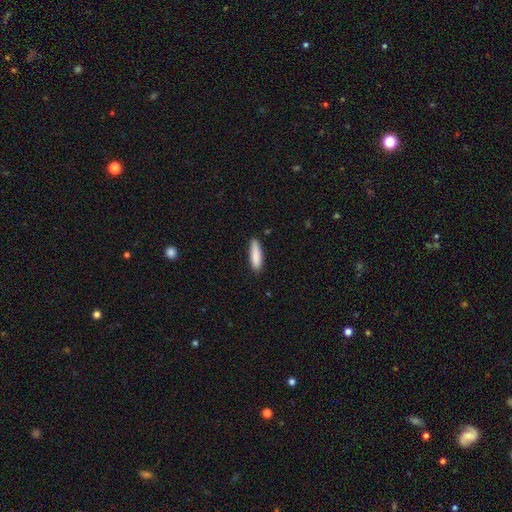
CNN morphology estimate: Smooth or featured?
  - smooth: 87% *
  - featured or disk: 7%
  - star or artifact: 6%
How rounded?
  - cigar-shaped: 70% *
  - in between: 28%
  - round: 1%
Merging?
  - none: 83% *
  - minor disturbance: 13%
  - major disturbance: 2%
  - merger: 2%